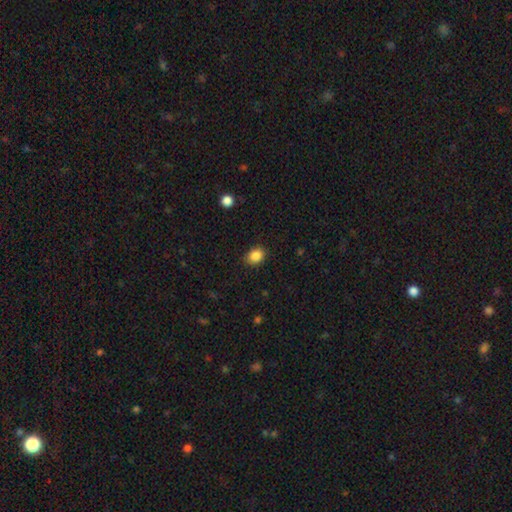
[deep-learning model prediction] A smooth galaxy with no disk features (87%) that is in between round and cigar-shaped (51%).

Vote fractions:
- Smooth or featured? smooth: 87% / star or artifact: 10% / featured or disk: 4%
- How rounded? in between: 51% / round: 48% / cigar-shaped: 1%
- Merging? none: 86% / minor disturbance: 10% / major disturbance: 3% / merger: 1%